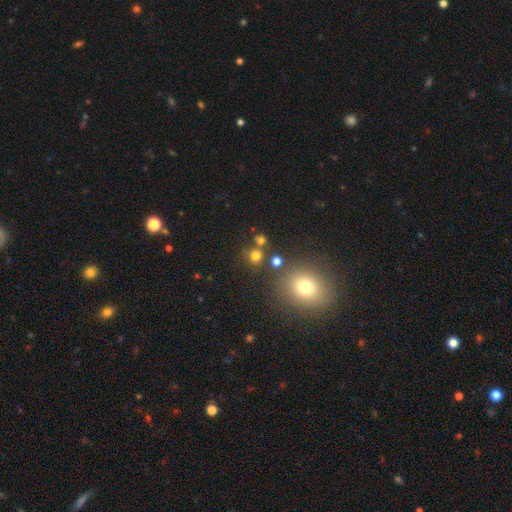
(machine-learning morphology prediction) This is likely a smooth galaxy (72%). How rounded: clearly round (88%). Merging: likely none (72%).